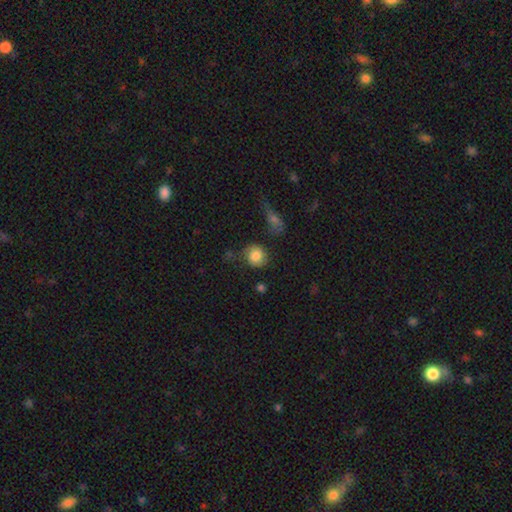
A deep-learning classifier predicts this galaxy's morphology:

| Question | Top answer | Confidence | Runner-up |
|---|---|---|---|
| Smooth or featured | smooth | 82% | featured or disk (10%) |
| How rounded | round | 83% | in between (15%) |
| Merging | none | 63% | minor disturbance (19%) |